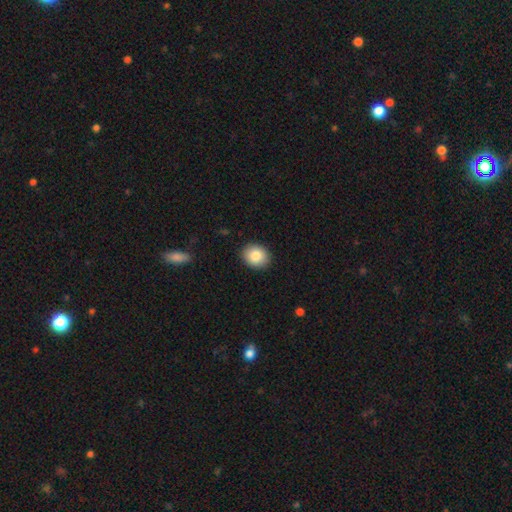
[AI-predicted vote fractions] smooth-or-featured: smooth: 85% | star or artifact: 8% | featured or disk: 7%
  how-rounded: round: 59% | in between: 40% | cigar-shaped: 1%
  merging: none: 91% | minor disturbance: 7% | major disturbance: 2% | merger: 1%